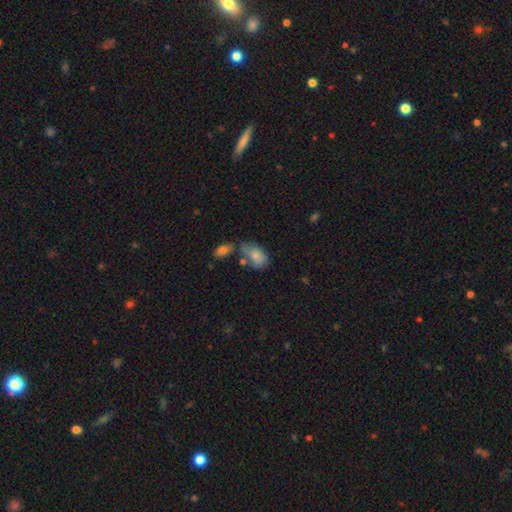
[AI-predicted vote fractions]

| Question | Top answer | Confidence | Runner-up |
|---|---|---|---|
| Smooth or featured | smooth | 80% | featured or disk (13%) |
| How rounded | in between | 91% | round (7%) |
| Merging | none | 42% | minor disturbance (27%) |